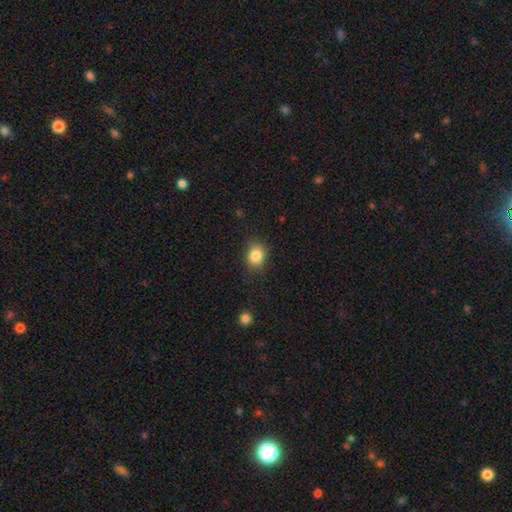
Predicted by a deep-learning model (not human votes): A smooth galaxy with no disk features (84%) that is round (59%).

Vote fractions:
- Smooth or featured? smooth: 84% / star or artifact: 10% / featured or disk: 6%
- How rounded? round: 59% / in between: 40% / cigar-shaped: 1%
- Merging? none: 81% / minor disturbance: 14% / major disturbance: 4% / merger: 1%